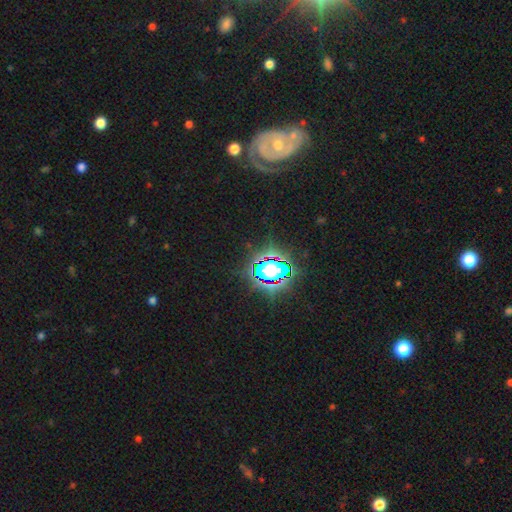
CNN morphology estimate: A star or artifact, not a galaxy (60%).